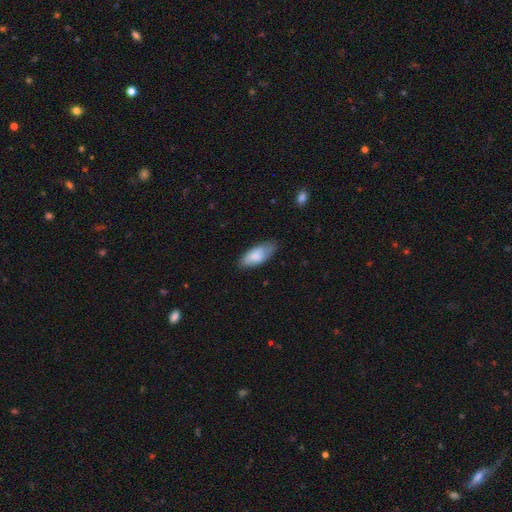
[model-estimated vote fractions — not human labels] A smooth galaxy with no disk features (80%) that is in between round and cigar-shaped (85%).

Vote fractions:
- Smooth or featured? smooth: 80% / featured or disk: 14% / star or artifact: 6%
- How rounded? in between: 85% / cigar-shaped: 13% / round: 2%
- Merging? none: 74% / minor disturbance: 21% / major disturbance: 4% / merger: 1%